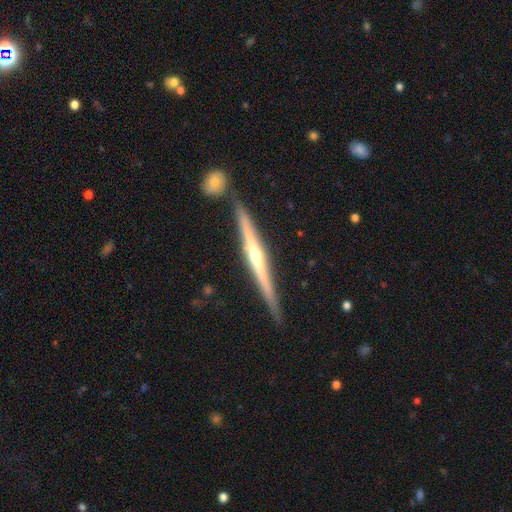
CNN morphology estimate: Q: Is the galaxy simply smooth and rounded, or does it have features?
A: featured or disk — 82%.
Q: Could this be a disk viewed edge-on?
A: yes — 98%.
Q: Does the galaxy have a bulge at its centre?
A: rounded — 79%.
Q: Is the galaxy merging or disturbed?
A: none — 85%.